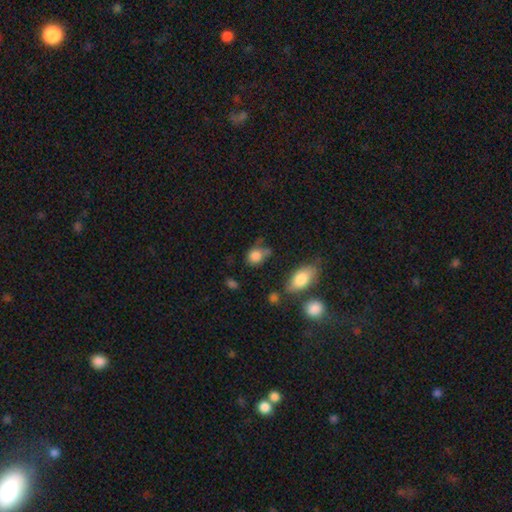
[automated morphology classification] smooth 81%, star or artifact 11%, featured or disk 8%. Down the decision tree: how rounded — round (59%); merging — none (46%).